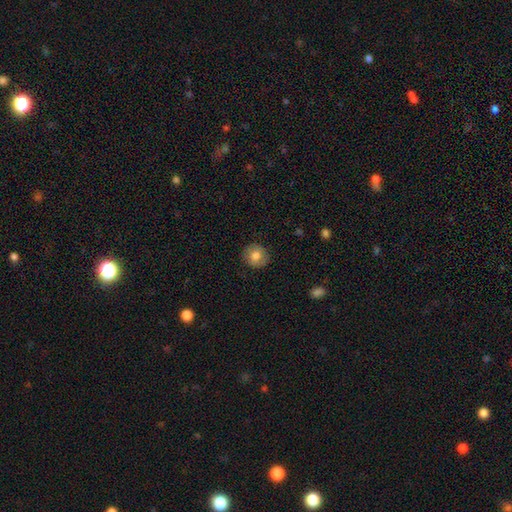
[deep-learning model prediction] This appears to be a smooth galaxy with no disk features (77%) that is round (89%). Merging: none (87%).